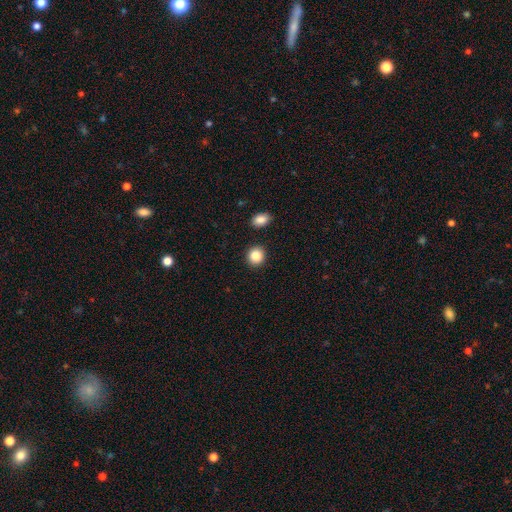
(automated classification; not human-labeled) smooth 87%, star or artifact 9%, featured or disk 4%. Down the decision tree: how rounded — round (86%); merging — none (89%).